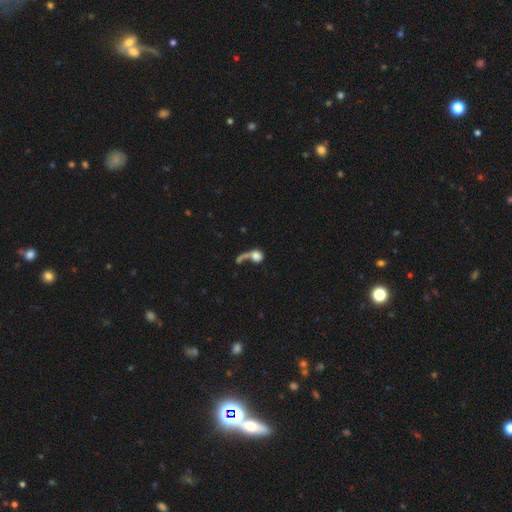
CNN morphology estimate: Q: Smooth or featured?
A: smooth (59%); runner-up: featured or disk (30%)
Q: How rounded?
A: round (65%); runner-up: in between (30%)
Q: Merging?
A: major disturbance (33%); runner-up: merger (31%)